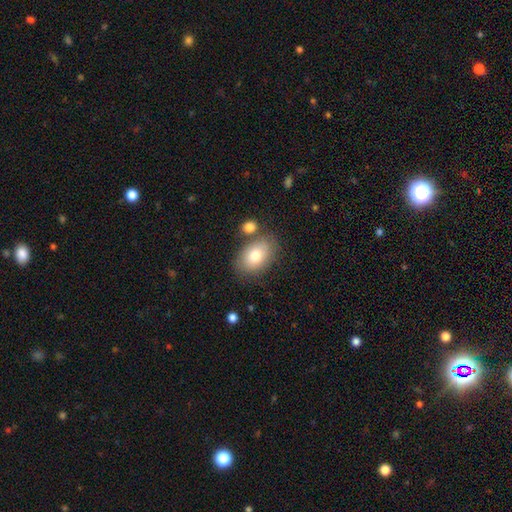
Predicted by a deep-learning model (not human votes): A smooth galaxy with no disk features (78%) that is in between round and cigar-shaped (86%).

Vote fractions:
- Smooth or featured? smooth: 78% / featured or disk: 14% / star or artifact: 7%
- How rounded? in between: 86% / round: 13% / cigar-shaped: 1%
- Merging? none: 71% / minor disturbance: 14% / merger: 11% / major disturbance: 4%